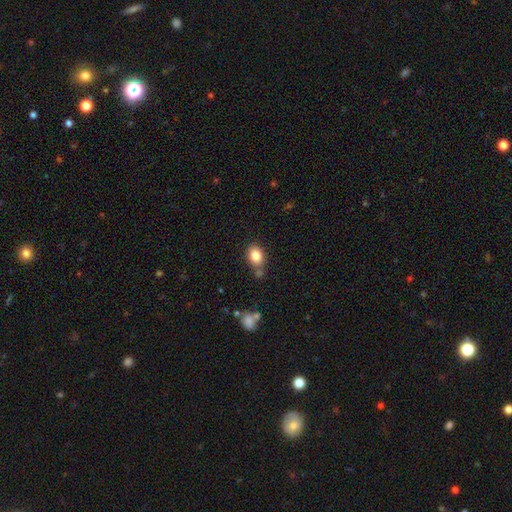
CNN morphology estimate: type=smooth (83%); roundness=in between (65%); merging=none (68%).